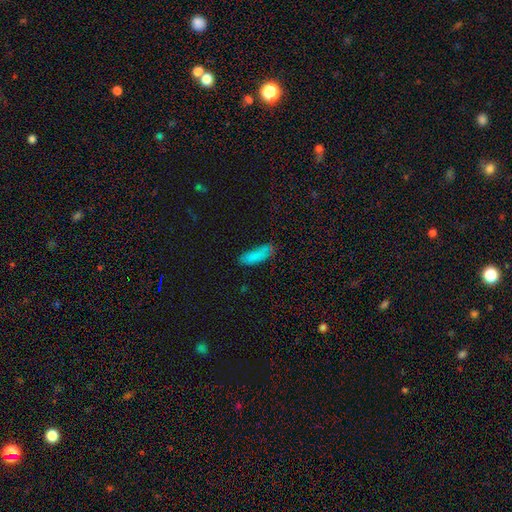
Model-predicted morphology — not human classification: type=smooth (84%); roundness=in between (57%); merging=none (67%).